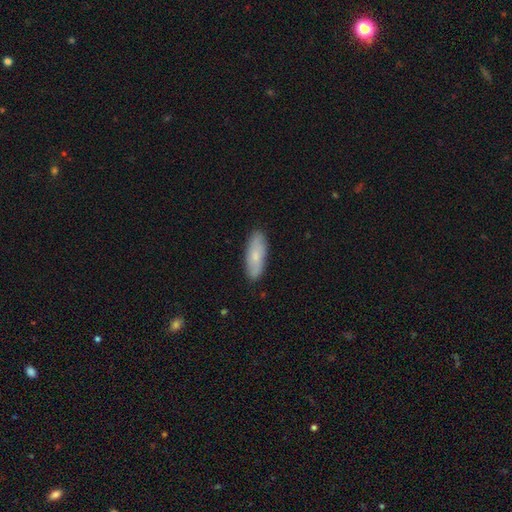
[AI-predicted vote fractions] A smooth galaxy with no disk features (73%) that is in between round and cigar-shaped (64%).

Vote fractions:
- Smooth or featured? smooth: 73% / featured or disk: 21% / star or artifact: 6%
- How rounded? in between: 64% / cigar-shaped: 34% / round: 2%
- Merging? none: 87% / minor disturbance: 10% / major disturbance: 2% / merger: 1%